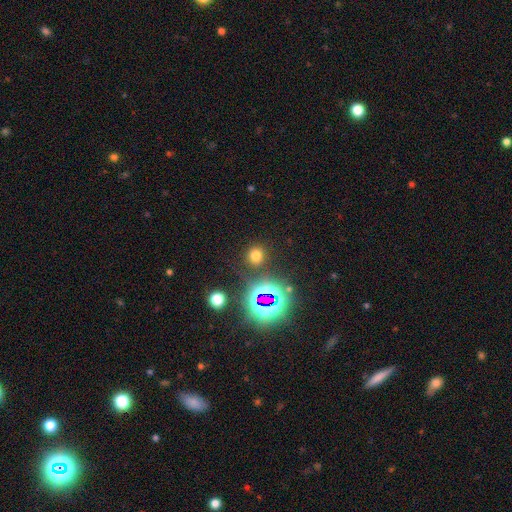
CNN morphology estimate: This appears to be a smooth galaxy with no disk features (66%) that is round (86%). Merging: none (86%).